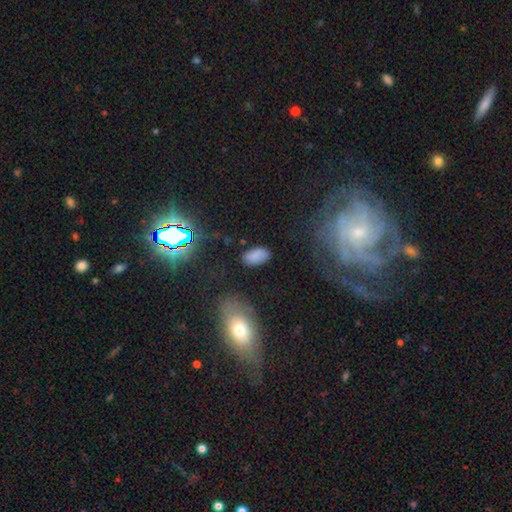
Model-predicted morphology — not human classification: This appears to be a smooth galaxy with no disk features (77%) that is in between round and cigar-shaped (94%). Merging: none (80%).